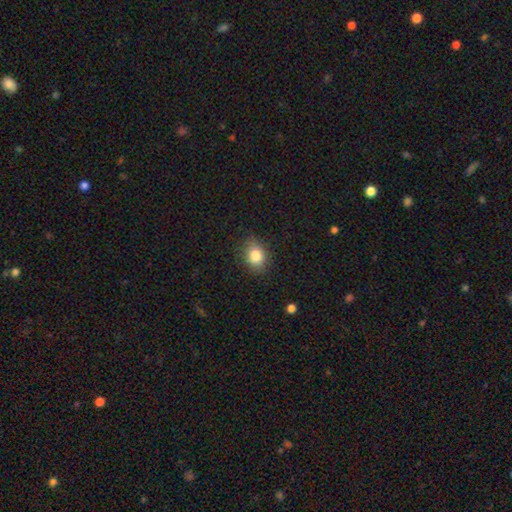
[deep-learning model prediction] smooth_or_featured: smooth (p=0.84) [alt: star or artifact p=0.09]
how_rounded: in between (p=0.63) [alt: round p=0.35]
merging: none (p=0.84) [alt: minor disturbance p=0.12]